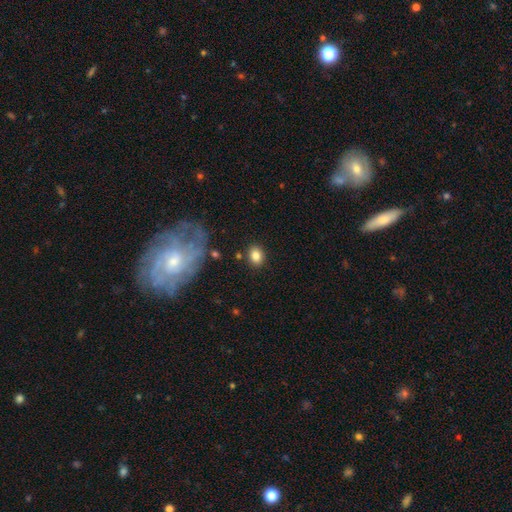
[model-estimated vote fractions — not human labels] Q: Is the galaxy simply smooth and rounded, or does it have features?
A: smooth — 83%.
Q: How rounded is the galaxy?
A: in between — 56%.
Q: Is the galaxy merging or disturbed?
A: none — 85%.